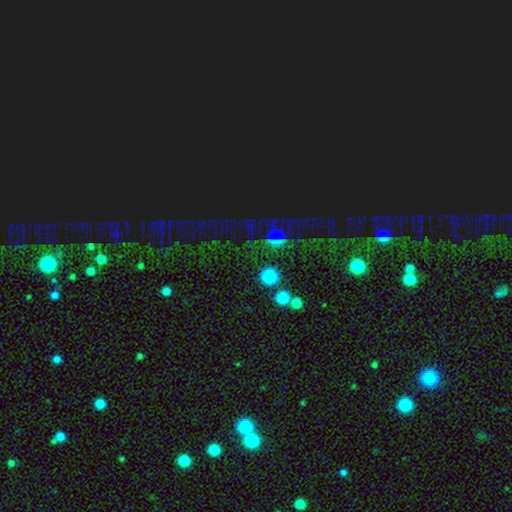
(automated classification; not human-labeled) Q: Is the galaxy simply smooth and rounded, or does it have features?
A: star or artifact — 68%.